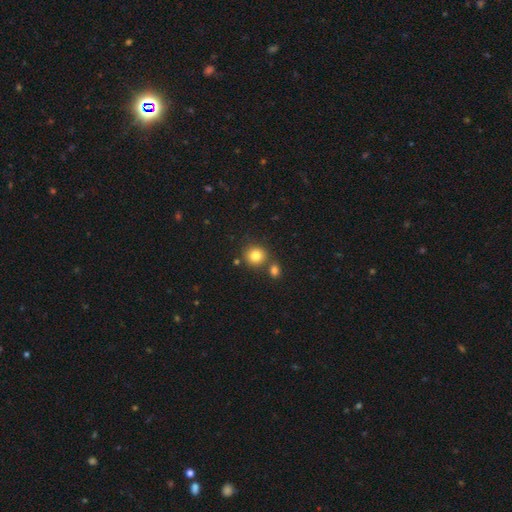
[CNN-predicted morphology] A smooth galaxy with no disk features (81%) that is round (88%). Merging: none (72%).